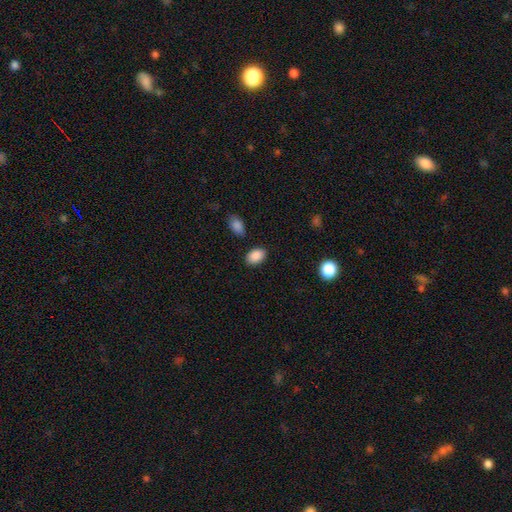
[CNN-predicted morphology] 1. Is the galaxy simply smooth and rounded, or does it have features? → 89% smooth, 8% star or artifact, 4% featured or disk.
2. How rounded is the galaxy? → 85% in between, 14% round, 1% cigar-shaped.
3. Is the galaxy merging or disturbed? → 85% none, 10% minor disturbance, 3% merger, 3% major disturbance.